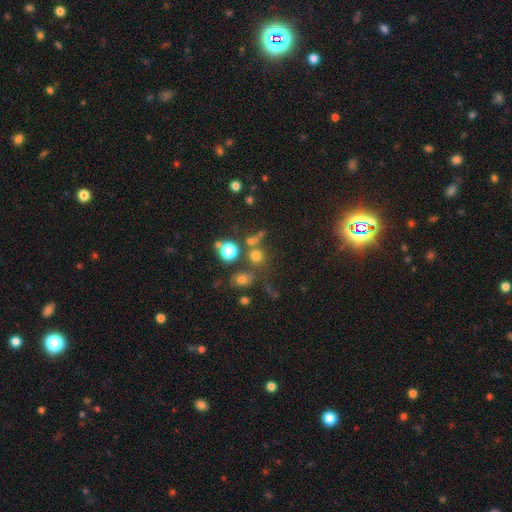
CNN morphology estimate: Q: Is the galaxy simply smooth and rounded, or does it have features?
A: smooth — 61%.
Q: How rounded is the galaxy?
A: round — 86%.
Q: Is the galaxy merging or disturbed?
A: none — 65%.